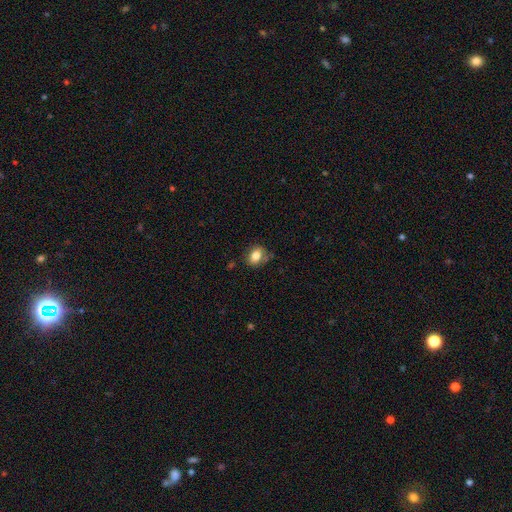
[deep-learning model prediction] The model was most divided on "how rounded": in between: 64%, round: 34%, cigar-shaped: 1%. More confident: smooth or featured — smooth (80%); merging — none (73%).